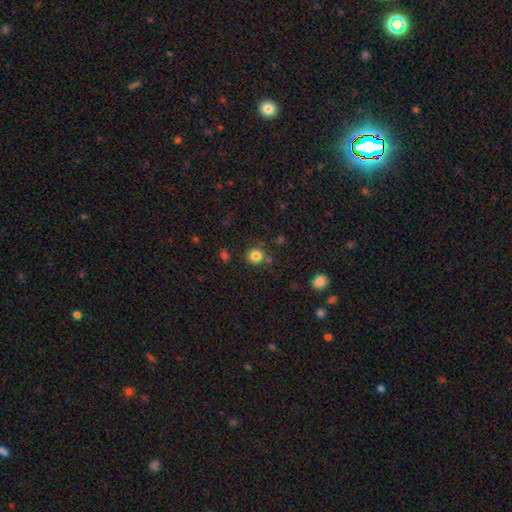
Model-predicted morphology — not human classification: Smooth or featured? Predicted: smooth (p=0.82). How rounded? Predicted: round (p=0.87). Merging? Predicted: none (p=0.81).